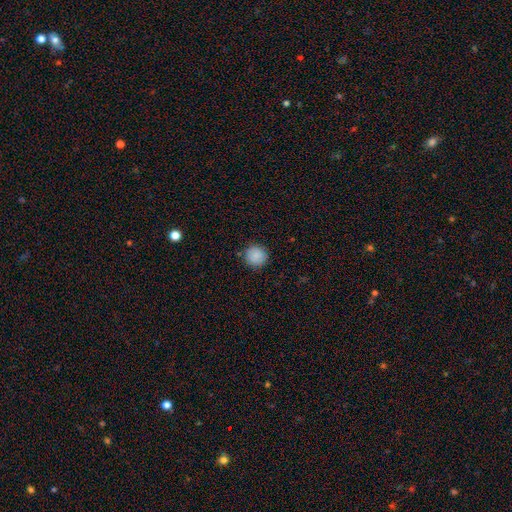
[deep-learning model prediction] Morphology: type=smooth (88%); roundness=round (93%); merging=none (89%).